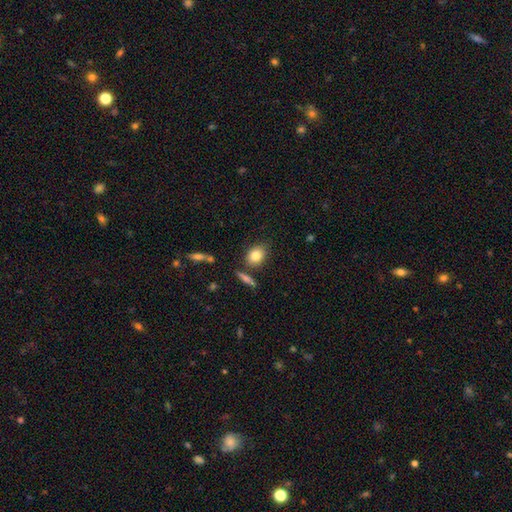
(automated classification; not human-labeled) A smooth galaxy with no disk features (82%) that is in between round and cigar-shaped (61%).

Vote fractions:
- Smooth or featured? smooth: 82% / featured or disk: 10% / star or artifact: 9%
- How rounded? in between: 61% / round: 37% / cigar-shaped: 2%
- Merging? none: 76% / minor disturbance: 13% / merger: 8% / major disturbance: 3%